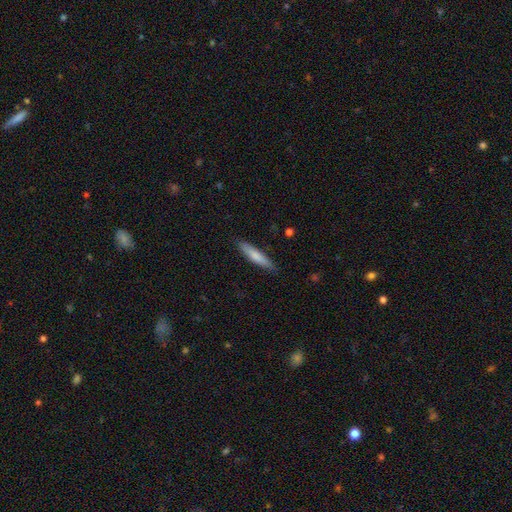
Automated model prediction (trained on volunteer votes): Overall: smooth (77%). How rounded: cigar-shaped (85%). Merging: none (86%).